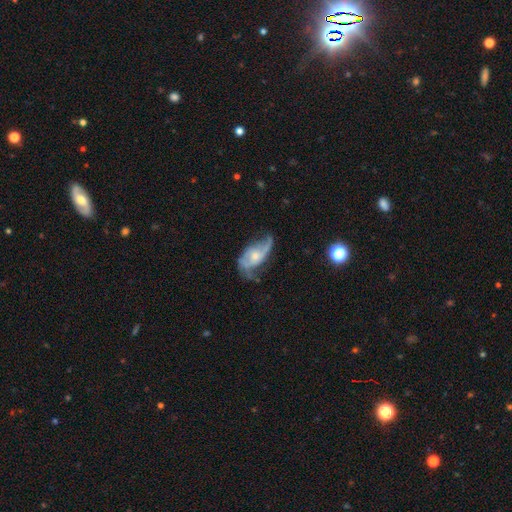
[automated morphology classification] type=featured or disk (78%); edge-on=no (94%); bar=no (62%); spiral arms=yes (90%); winding=loose (62%); arm count=2 (82%); bulge=moderate (45%); merging=none (50%).